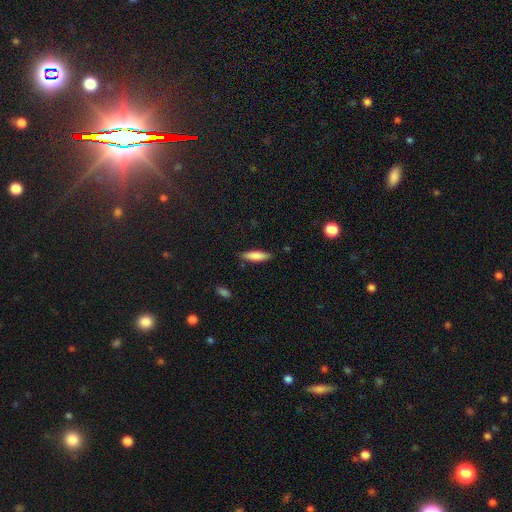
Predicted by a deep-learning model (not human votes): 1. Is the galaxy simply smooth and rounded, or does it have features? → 81% smooth, 12% featured or disk, 6% star or artifact.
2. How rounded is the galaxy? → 64% cigar-shaped, 35% in between, 2% round.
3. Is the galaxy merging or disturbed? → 84% none, 12% minor disturbance, 2% major disturbance, 2% merger.